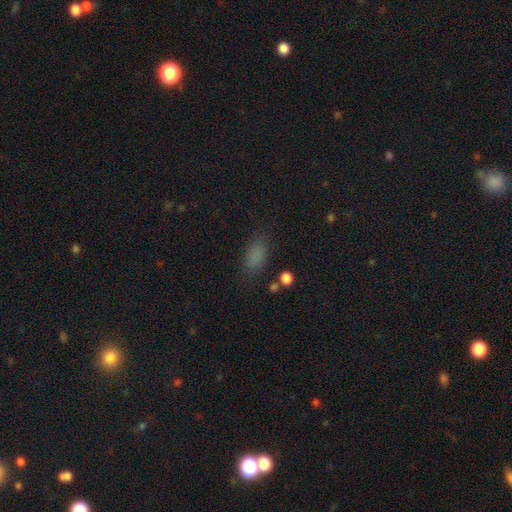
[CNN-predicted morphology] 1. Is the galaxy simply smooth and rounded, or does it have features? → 80% smooth, 14% star or artifact, 6% featured or disk.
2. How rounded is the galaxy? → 86% in between, 7% round, 6% cigar-shaped.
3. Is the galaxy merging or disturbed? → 74% none, 16% minor disturbance, 7% major disturbance, 3% merger.